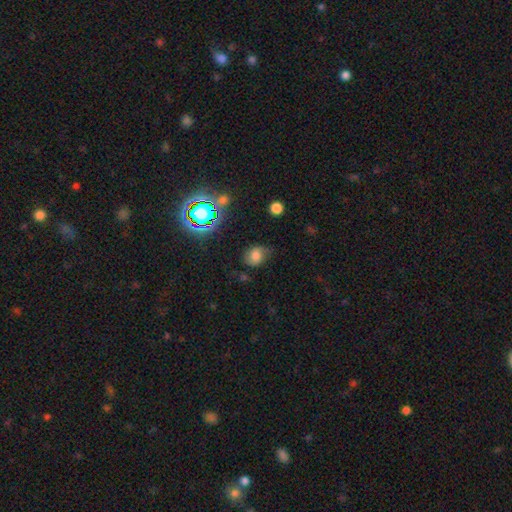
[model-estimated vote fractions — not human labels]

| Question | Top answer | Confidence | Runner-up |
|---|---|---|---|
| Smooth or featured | smooth | 65% | featured or disk (18%) |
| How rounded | in between | 51% | round (48%) |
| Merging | none | 58% | minor disturbance (29%) |